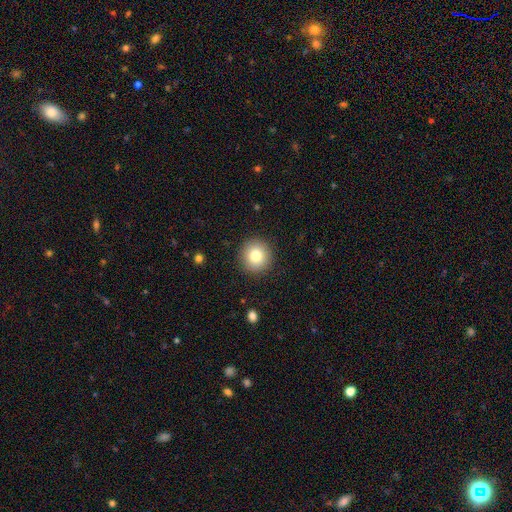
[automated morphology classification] The model was most divided on "smooth or featured": smooth: 81%, star or artifact: 10%, featured or disk: 10%. More confident: how rounded — round (94%); merging — none (91%).